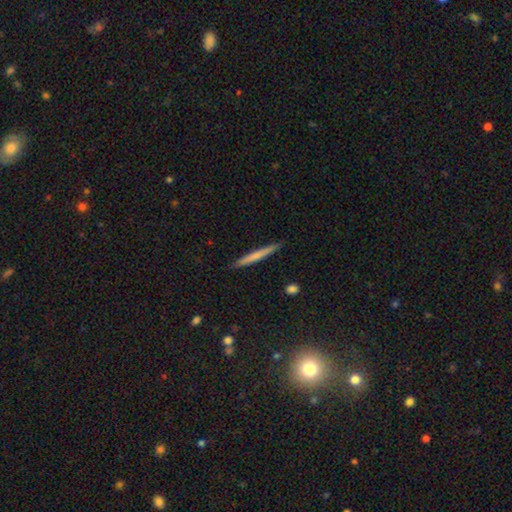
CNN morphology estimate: type=smooth (62%); roundness=cigar-shaped (96%); merging=none (91%).